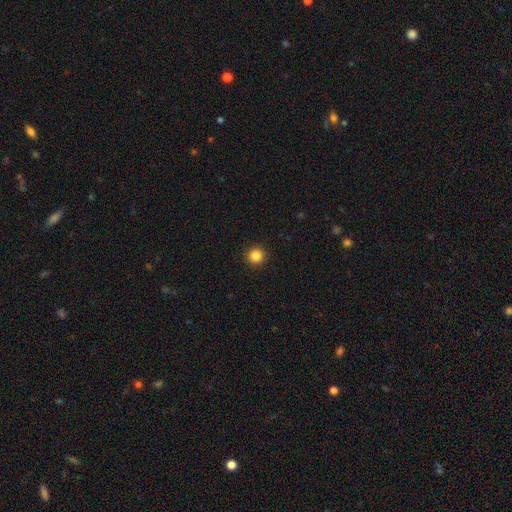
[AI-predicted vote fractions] A smooth galaxy with no disk features (85%) that is round (96%).

Vote fractions:
- Smooth or featured? smooth: 85% / star or artifact: 11% / featured or disk: 4%
- How rounded? round: 96% / in between: 3% / cigar-shaped: 1%
- Merging? none: 93% / minor disturbance: 5% / major disturbance: 2% / merger: 1%